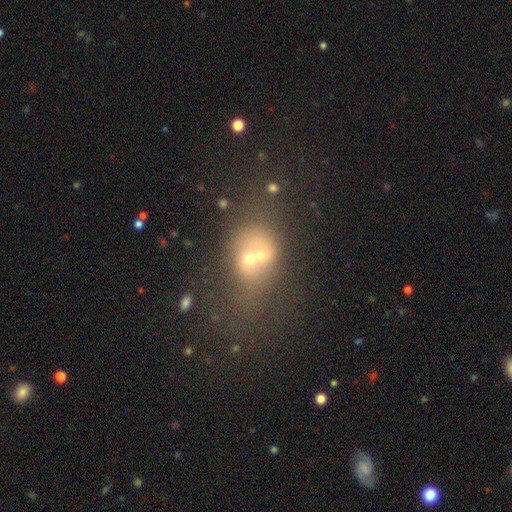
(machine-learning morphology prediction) Smooth or featured: smooth — 52% (featured or disk — 28%)
How rounded: round — 53% (in between — 46%)
Merging: merger — 64% (none — 20%)